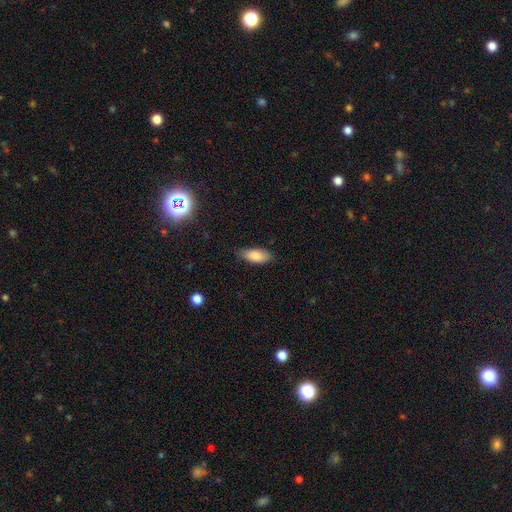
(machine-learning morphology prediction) This is clearly a smooth galaxy (83%). How rounded: clearly in between (83%). Merging: likely none (80%).